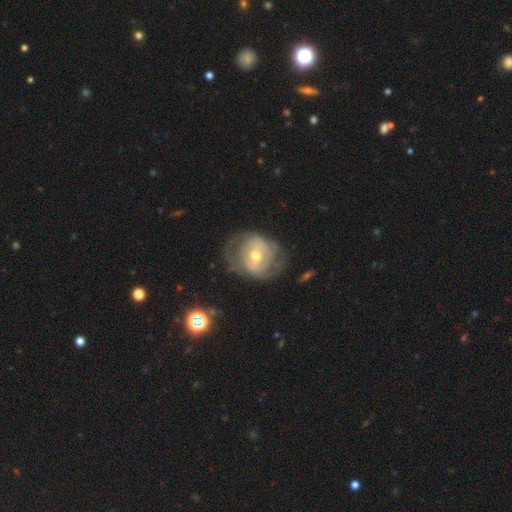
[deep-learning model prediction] Overall: featured or disk (77%). Edge-on disk: no (97%). Bar: no (48%; weak 36%). Spiral arms: yes (74%). Spiral arm count: 2 (41%; can't tell 38%). Spiral winding: tight (53%; medium 32%). Bulge size: moderate (68%). Merging: none (59%; minor disturbance 21%).